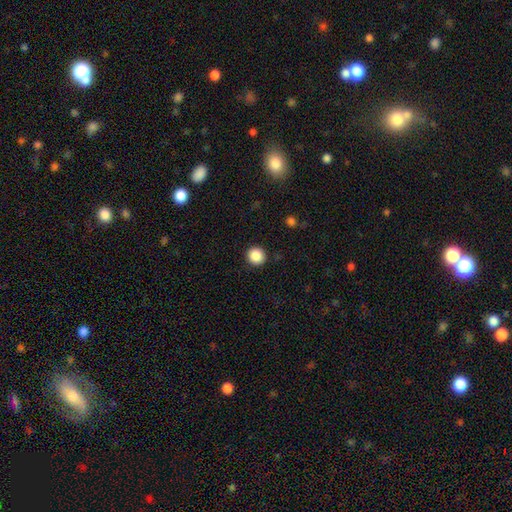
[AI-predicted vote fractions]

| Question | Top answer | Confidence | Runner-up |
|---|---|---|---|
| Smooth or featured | smooth | 88% | star or artifact (9%) |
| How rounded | round | 95% | in between (5%) |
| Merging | none | 92% | minor disturbance (5%) |